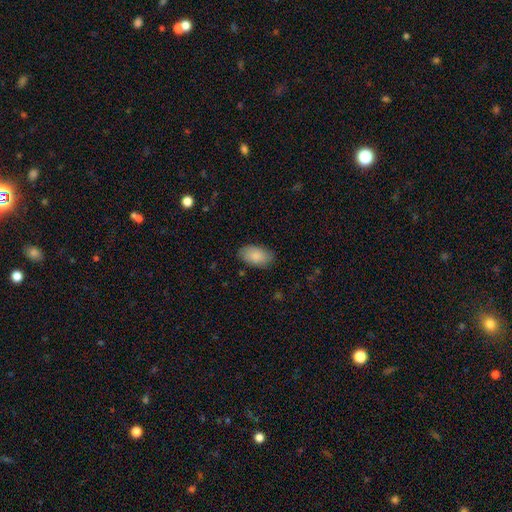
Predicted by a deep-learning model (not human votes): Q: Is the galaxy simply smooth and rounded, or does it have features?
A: smooth — 86%.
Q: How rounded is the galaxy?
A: in between — 94%.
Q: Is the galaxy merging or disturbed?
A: none — 83%.